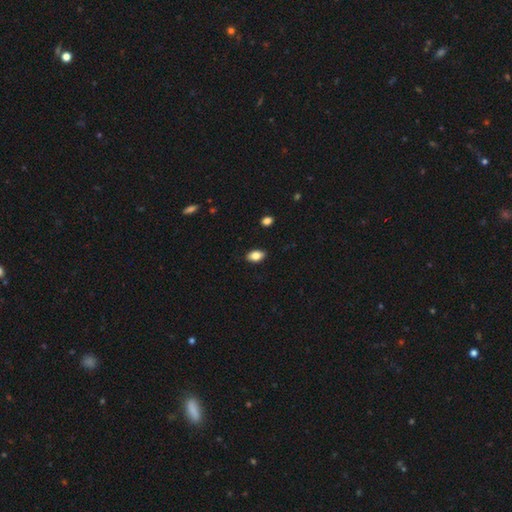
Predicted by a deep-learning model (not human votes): smooth_or_featured: smooth (p=0.83) [alt: featured or disk p=0.09]
how_rounded: in between (p=0.88) [alt: round p=0.09]
merging: none (p=0.87) [alt: minor disturbance p=0.10]